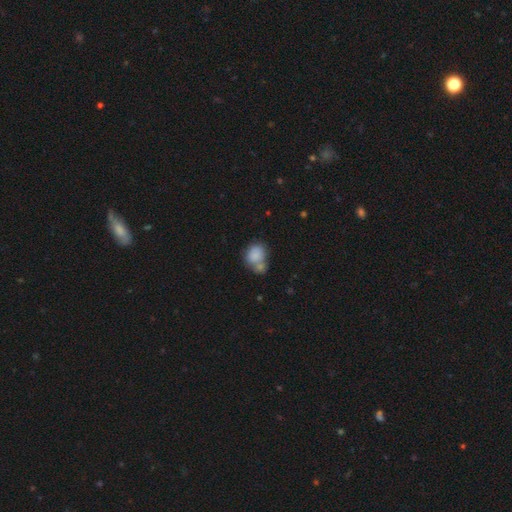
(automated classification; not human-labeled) Smooth or featured? smooth (82%)
How rounded? round (57%)
Merging? merger (49%)